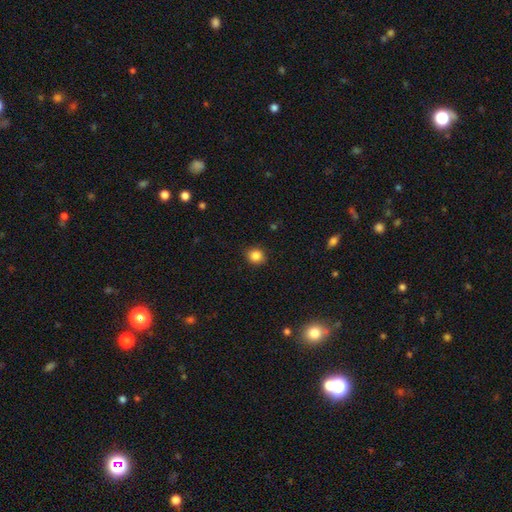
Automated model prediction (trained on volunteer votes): smooth_or_featured: smooth (p=0.85) [alt: star or artifact p=0.11]
how_rounded: round (p=0.83) [alt: in between p=0.16]
merging: none (p=0.89) [alt: minor disturbance p=0.08]